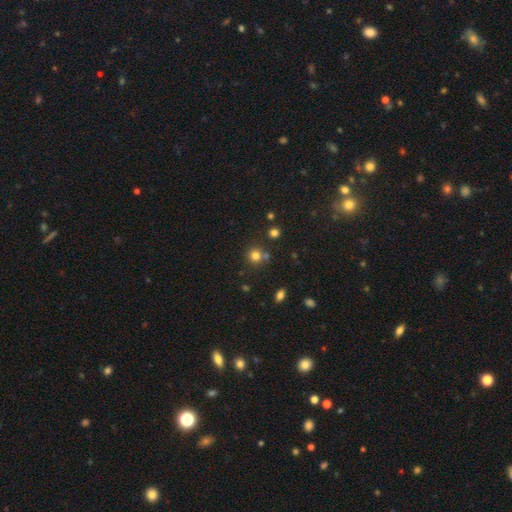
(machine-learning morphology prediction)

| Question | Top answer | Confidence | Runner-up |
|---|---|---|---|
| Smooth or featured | smooth | 78% | star or artifact (15%) |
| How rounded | round | 90% | in between (9%) |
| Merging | none | 71% | merger (17%) |